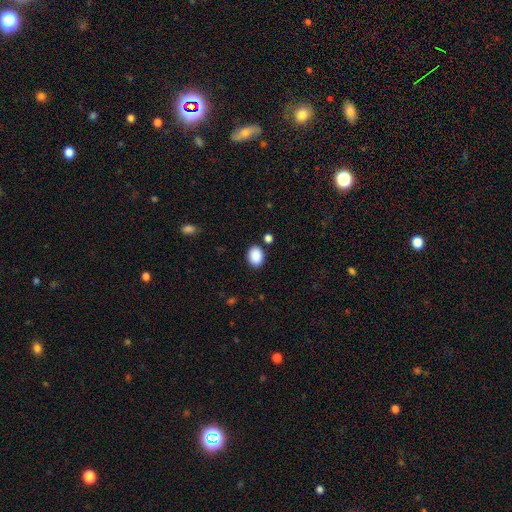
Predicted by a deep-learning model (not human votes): Smooth or featured? smooth (89%)
How rounded? in between (66%)
Merging? none (82%)